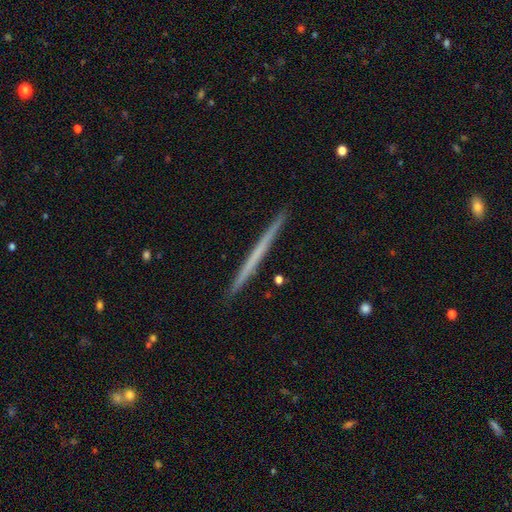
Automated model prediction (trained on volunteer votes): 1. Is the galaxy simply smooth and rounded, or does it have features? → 53% featured or disk, 41% smooth, 6% star or artifact.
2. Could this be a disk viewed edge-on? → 98% yes, 2% no.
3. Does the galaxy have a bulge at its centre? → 93% none, 5% rounded, 2% boxy.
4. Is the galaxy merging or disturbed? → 93% none, 5% minor disturbance, 1% merger, 1% major disturbance.